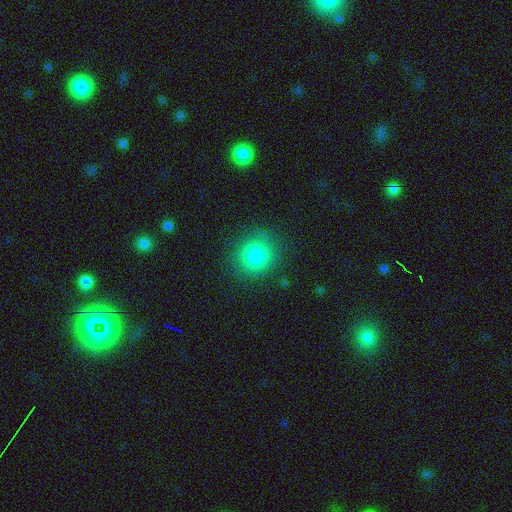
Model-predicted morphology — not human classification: type=smooth (82%); roundness=round (89%); merging=none (86%).